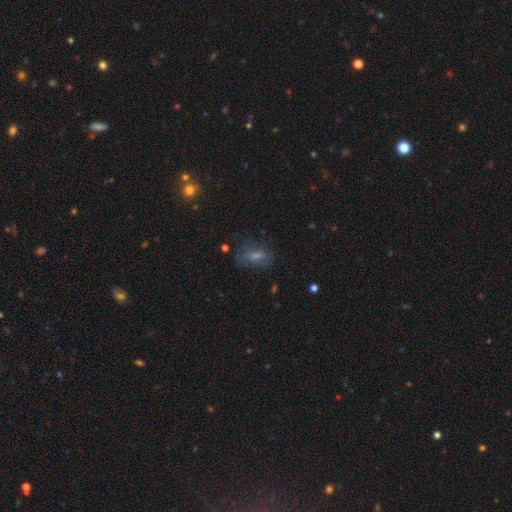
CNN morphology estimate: Overall: smooth (45%; featured or disk 29%). Merging: none (69%).